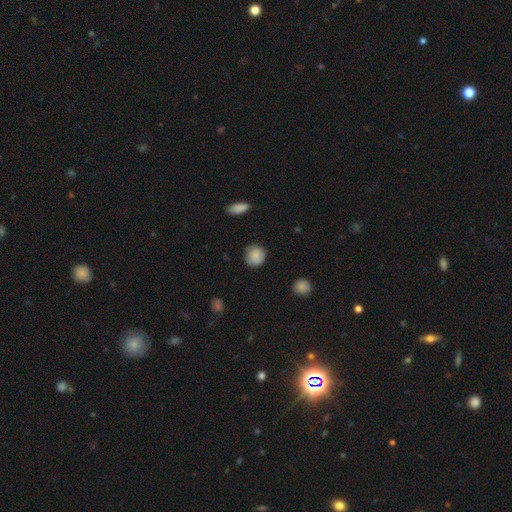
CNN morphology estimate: This appears to be a smooth galaxy with no disk features (85%) that is round (88%). Merging: none (77%).